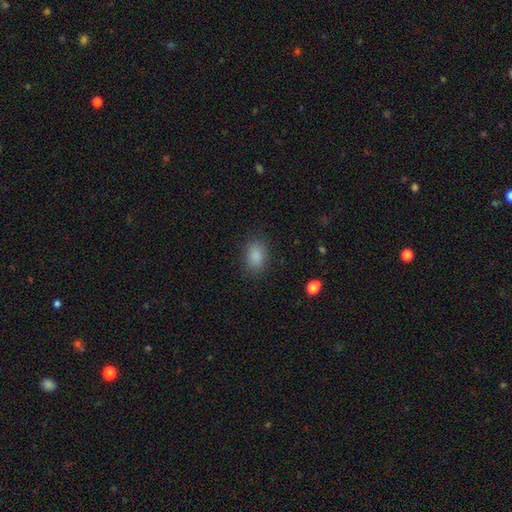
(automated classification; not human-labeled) This is clearly a smooth galaxy (86%). How rounded: clearly in between (82%). Merging: clearly none (85%).